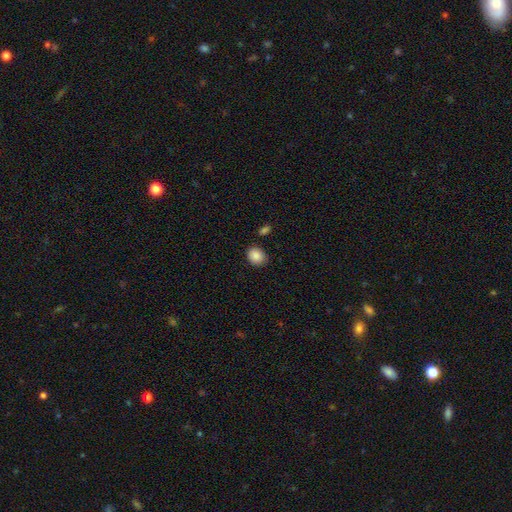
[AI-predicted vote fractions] This is clearly a smooth galaxy (88%). How rounded: possibly round (52%). Merging: clearly none (82%).